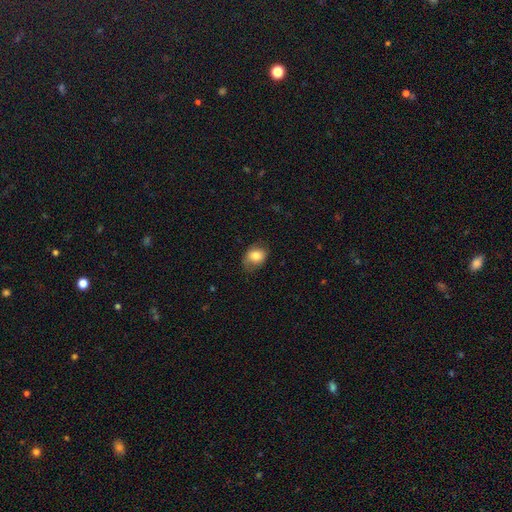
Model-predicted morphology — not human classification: Smooth or featured? Predicted: smooth (p=0.77). How rounded? Predicted: in between (p=0.57). Merging? Predicted: none (p=0.64).